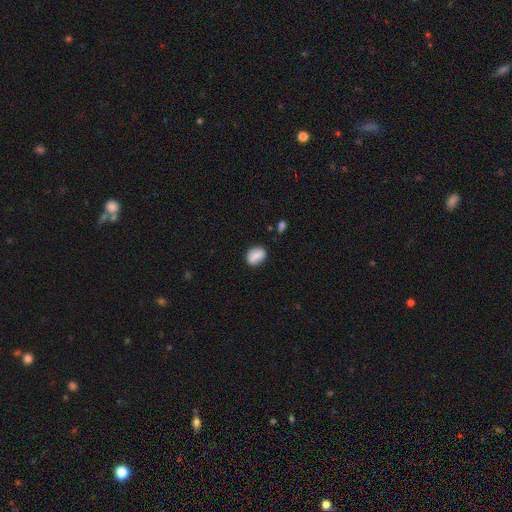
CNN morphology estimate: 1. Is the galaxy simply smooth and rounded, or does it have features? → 83% smooth, 9% featured or disk, 8% star or artifact.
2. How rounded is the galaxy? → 73% in between, 25% round, 2% cigar-shaped.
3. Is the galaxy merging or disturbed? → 79% none, 15% minor disturbance, 3% major disturbance, 2% merger.